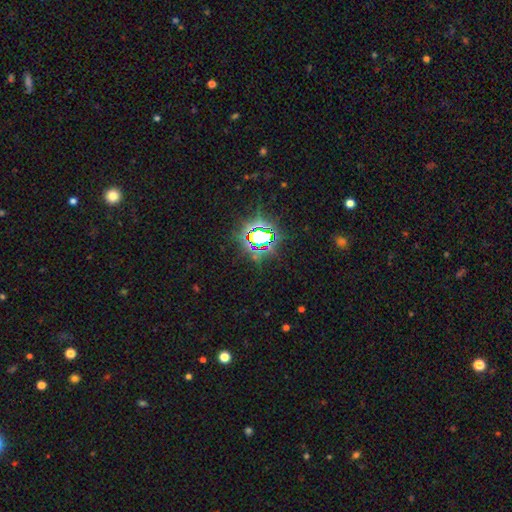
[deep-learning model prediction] Smooth or featured? star or artifact (79%)